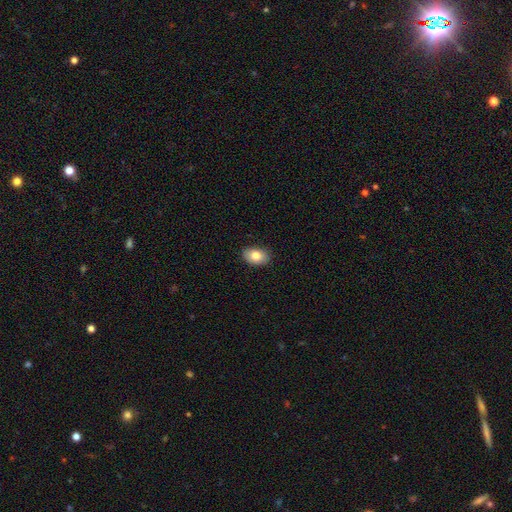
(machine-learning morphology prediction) A smooth galaxy with no disk features (81%) that is in between round and cigar-shaped (85%).

Vote fractions:
- Smooth or featured? smooth: 81% / featured or disk: 11% / star or artifact: 8%
- How rounded? in between: 85% / round: 14% / cigar-shaped: 1%
- Merging? none: 88% / minor disturbance: 9% / major disturbance: 2% / merger: 1%